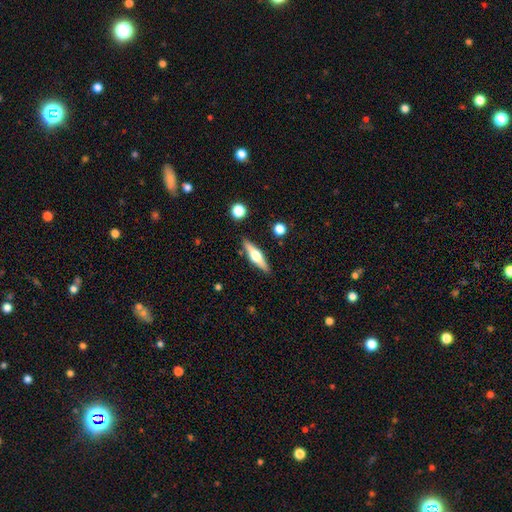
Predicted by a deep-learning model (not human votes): Smooth or featured: featured or disk — 62% (smooth — 32%)
Edge-on disk: yes — 96% (no — 4%)
Edge-on bulge: rounded — 94% (boxy — 4%)
Merging: none — 88% (minor disturbance — 8%)